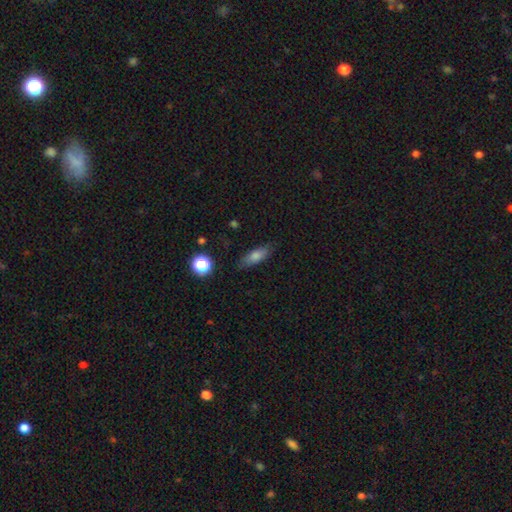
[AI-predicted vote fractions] Smooth or featured? Predicted: smooth (p=0.75). How rounded? Predicted: in between (p=0.58). Merging? Predicted: none (p=0.82).